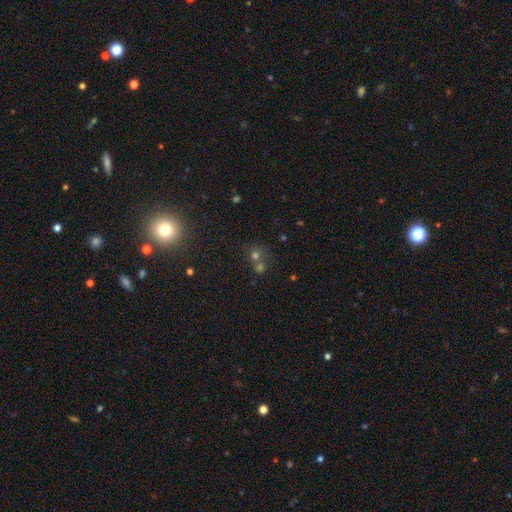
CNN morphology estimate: type=smooth (55%); roundness=round (83%); merging=none (47%).